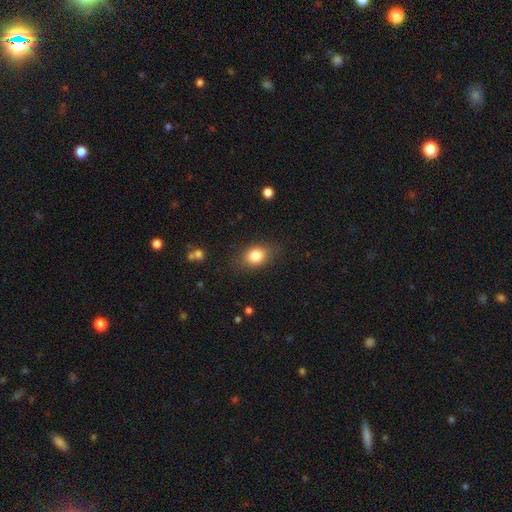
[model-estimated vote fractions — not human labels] This appears to be a smooth galaxy with no disk features (82%) that is in between round and cigar-shaped (66%). Merging: none (79%).